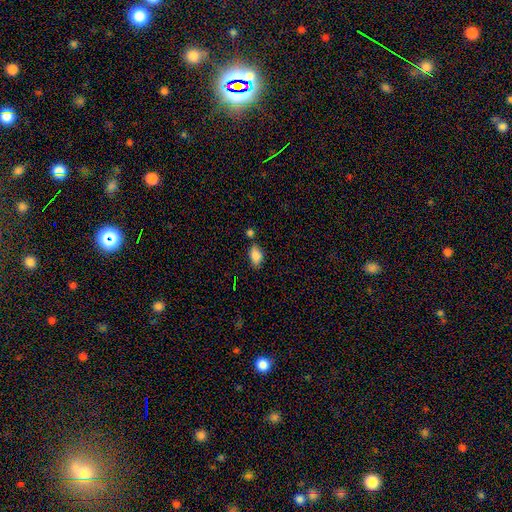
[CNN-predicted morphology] Smooth or featured: smooth — 86% (star or artifact — 9%)
How rounded: in between — 90% (round — 7%)
Merging: none — 57% (minor disturbance — 21%)